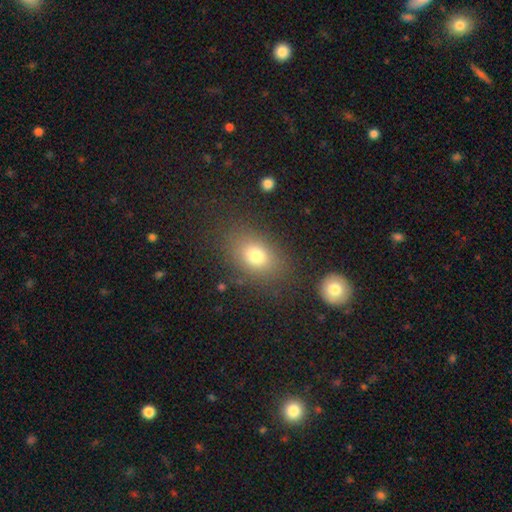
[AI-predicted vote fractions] A smooth galaxy with no disk features (76%) that is in between round and cigar-shaped (73%).

Vote fractions:
- Smooth or featured? smooth: 76% / star or artifact: 12% / featured or disk: 12%
- How rounded? in between: 73% / round: 26% / cigar-shaped: 2%
- Merging? none: 79% / minor disturbance: 12% / major disturbance: 6% / merger: 3%